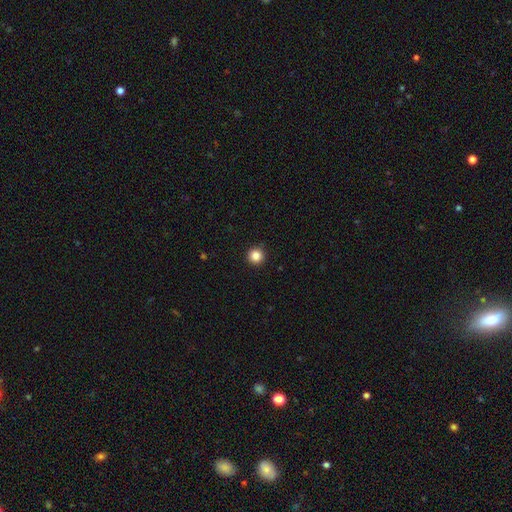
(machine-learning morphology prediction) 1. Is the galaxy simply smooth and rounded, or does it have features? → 85% smooth, 11% star or artifact, 4% featured or disk.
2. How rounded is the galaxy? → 96% round, 3% in between, 1% cigar-shaped.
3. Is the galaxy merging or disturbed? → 93% none, 4% minor disturbance, 2% major disturbance, 1% merger.